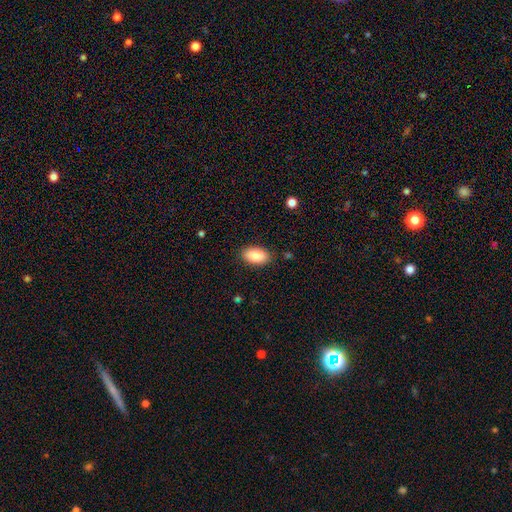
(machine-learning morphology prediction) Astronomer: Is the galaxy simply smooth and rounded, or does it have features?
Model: smooth — 88%.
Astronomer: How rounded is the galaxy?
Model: in between — 94%.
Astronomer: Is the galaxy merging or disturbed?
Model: none — 87%.